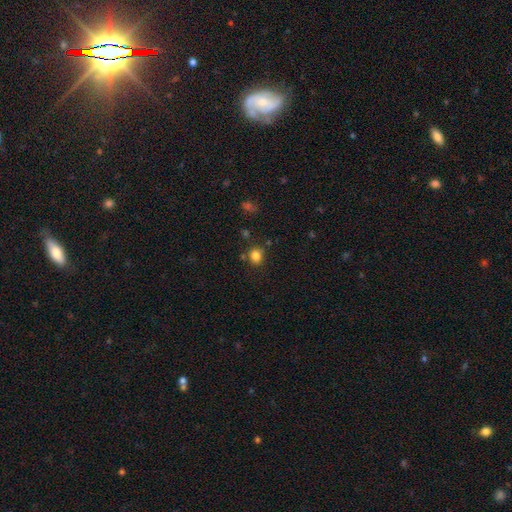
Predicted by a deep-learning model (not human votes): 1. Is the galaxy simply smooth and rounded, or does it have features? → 83% smooth, 12% star or artifact, 5% featured or disk.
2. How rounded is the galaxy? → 69% round, 30% in between, 1% cigar-shaped.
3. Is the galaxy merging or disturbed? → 78% none, 12% minor disturbance, 6% merger, 4% major disturbance.